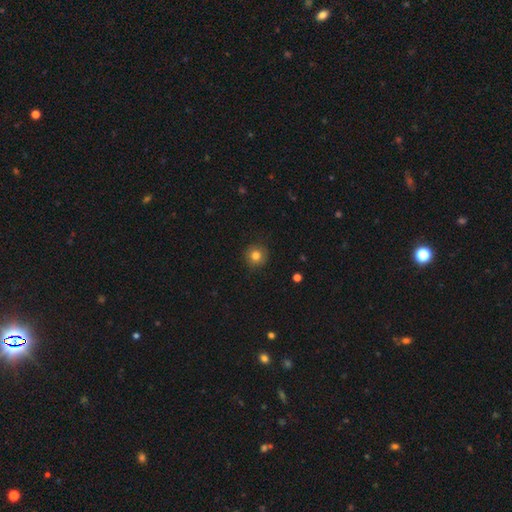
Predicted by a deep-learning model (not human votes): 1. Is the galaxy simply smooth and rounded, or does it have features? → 80% smooth, 12% star or artifact, 8% featured or disk.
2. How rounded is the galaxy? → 93% round, 6% in between, 1% cigar-shaped.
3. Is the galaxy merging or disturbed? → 88% none, 9% minor disturbance, 2% major disturbance, 1% merger.